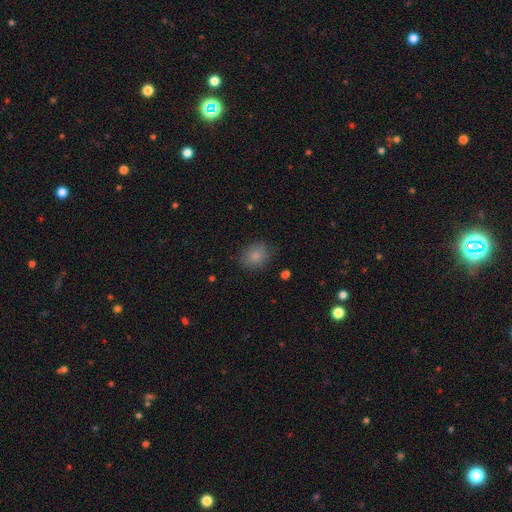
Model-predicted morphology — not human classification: A smooth galaxy with no disk features (83%) that is round (63%).

Vote fractions:
- Smooth or featured? smooth: 83% / star or artifact: 9% / featured or disk: 8%
- How rounded? round: 63% / in between: 36% / cigar-shaped: 1%
- Merging? none: 81% / minor disturbance: 14% / major disturbance: 4% / merger: 1%